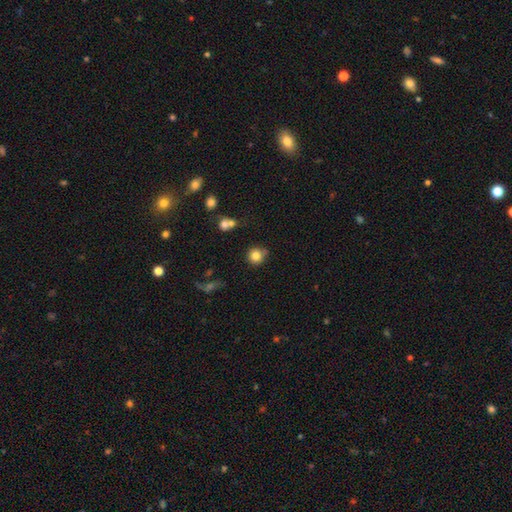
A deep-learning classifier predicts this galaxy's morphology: smooth_or_featured: smooth (p=0.82) [alt: star or artifact p=0.11]
how_rounded: round (p=0.90) [alt: in between p=0.09]
merging: none (p=0.69) [alt: minor disturbance p=0.19]